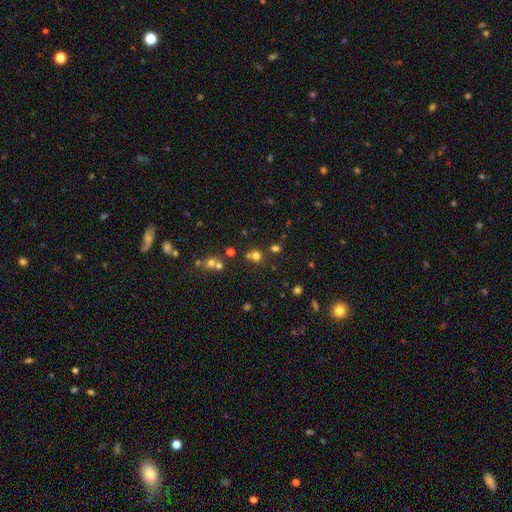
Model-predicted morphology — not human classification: A smooth galaxy with no disk features (62%) that is round (86%).

Vote fractions:
- Smooth or featured? smooth: 62% / star or artifact: 28% / featured or disk: 9%
- How rounded? round: 86% / in between: 13% / cigar-shaped: 1%
- Merging? none: 67% / merger: 21% / minor disturbance: 8% / major disturbance: 4%